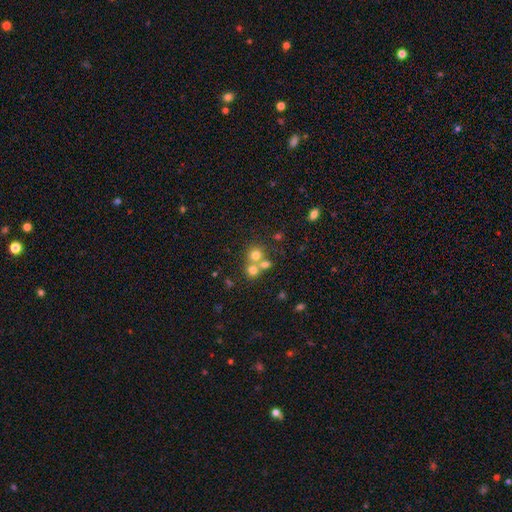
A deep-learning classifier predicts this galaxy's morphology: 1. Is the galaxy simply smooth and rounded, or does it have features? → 68% smooth, 16% star or artifact, 15% featured or disk.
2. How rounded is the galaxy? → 86% round, 13% in between, 1% cigar-shaped.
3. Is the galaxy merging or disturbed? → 47% merger, 43% none, 6% minor disturbance, 3% major disturbance.